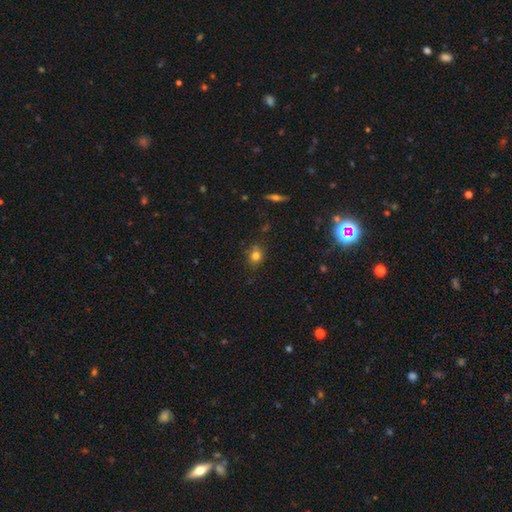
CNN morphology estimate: Smooth or featured: smooth — 78% (star or artifact — 14%)
How rounded: round — 68% (in between — 30%)
Merging: none — 74% (minor disturbance — 18%)